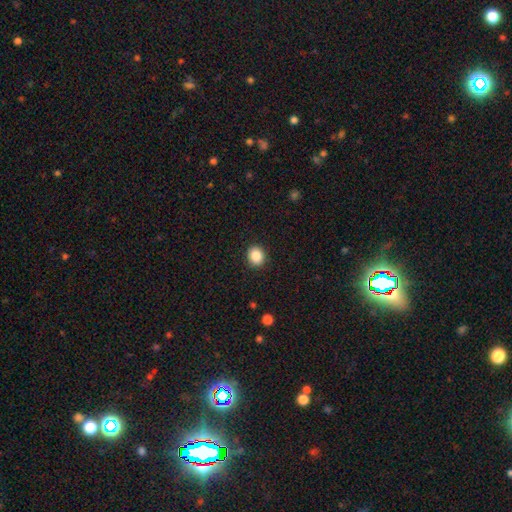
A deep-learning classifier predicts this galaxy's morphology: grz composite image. It shows a smooth galaxy with no disk features (87%) that is round (75%). Merging: none (91%).